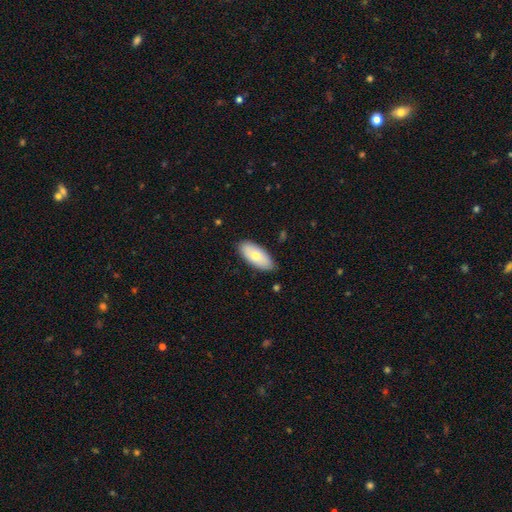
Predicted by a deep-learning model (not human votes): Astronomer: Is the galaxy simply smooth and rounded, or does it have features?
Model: smooth — 71%.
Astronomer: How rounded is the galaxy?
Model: in between — 91%.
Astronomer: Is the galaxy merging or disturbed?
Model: none — 85%.